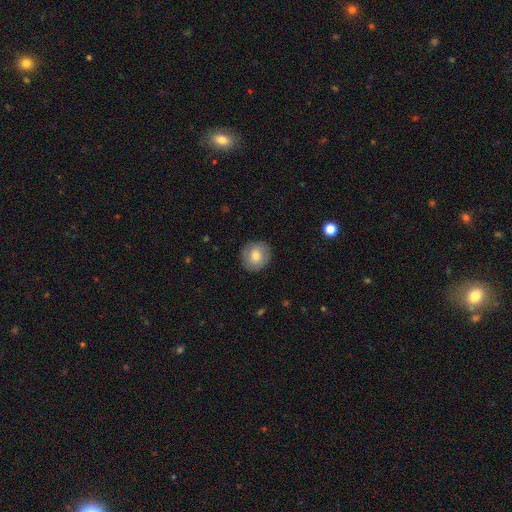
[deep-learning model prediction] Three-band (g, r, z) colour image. It shows a smooth galaxy with no disk features (76%) that is round (87%). Merging: none (88%).